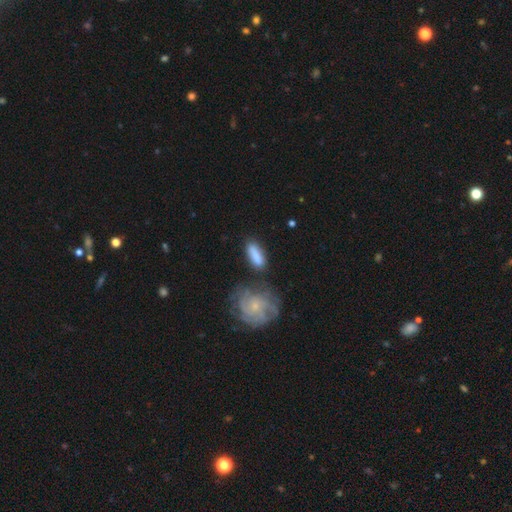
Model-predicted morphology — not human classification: Q: Smooth or featured?
A: smooth (79%); runner-up: featured or disk (15%)
Q: How rounded?
A: in between (58%); runner-up: cigar-shaped (38%)
Q: Merging?
A: none (71%); runner-up: minor disturbance (16%)